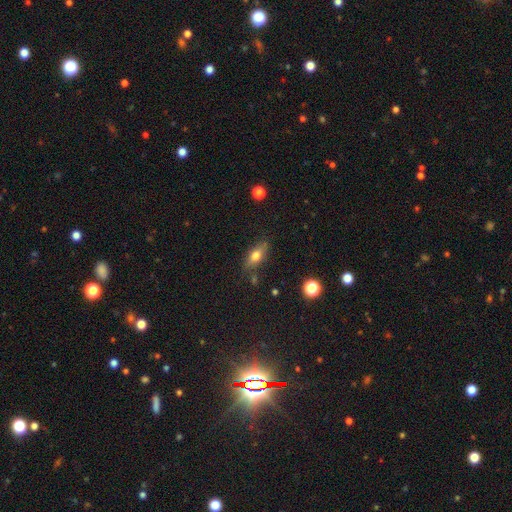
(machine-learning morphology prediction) Smooth or featured?
  - smooth: 60% *
  - featured or disk: 31%
  - star or artifact: 9%
How rounded?
  - in between: 66% *
  - cigar-shaped: 28%
  - round: 6%
Merging?
  - none: 78% *
  - minor disturbance: 15%
  - major disturbance: 4%
  - merger: 3%